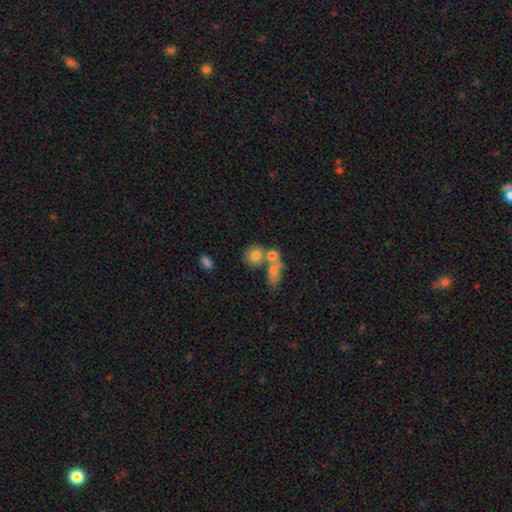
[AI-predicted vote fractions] smooth 71%, featured or disk 18%, star or artifact 11%. Down the decision tree: how rounded — round (73%); merging — merger (44%).